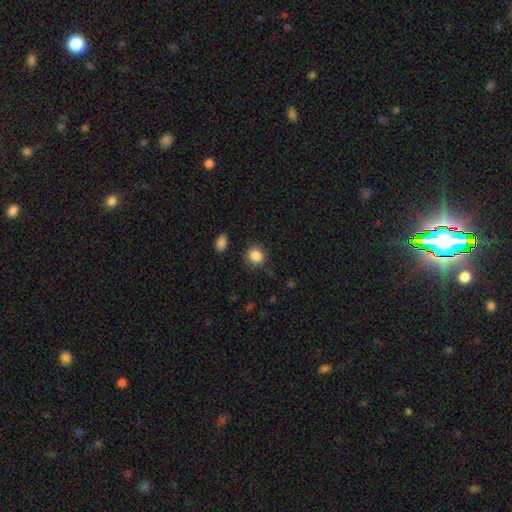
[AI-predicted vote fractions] The model was most divided on "how rounded": round: 77%, in between: 22%, cigar-shaped: 1%. More confident: smooth or featured — smooth (87%); merging — none (80%).